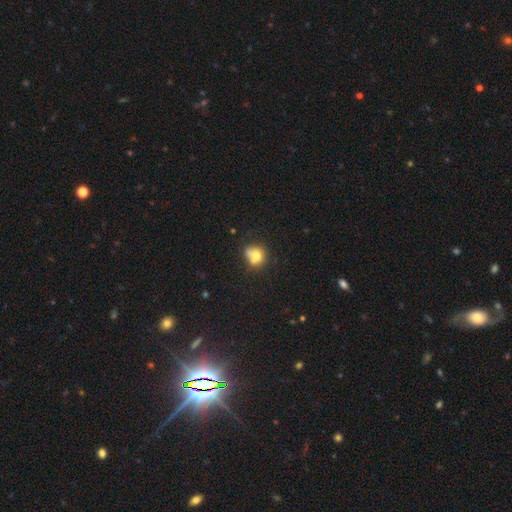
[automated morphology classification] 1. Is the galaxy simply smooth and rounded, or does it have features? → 69% smooth, 20% featured or disk, 11% star or artifact.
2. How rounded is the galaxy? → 74% round, 25% in between, 1% cigar-shaped.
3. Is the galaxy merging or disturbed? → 40% none (tied), 40% merger (tied), 14% minor disturbance, 6% major disturbance.